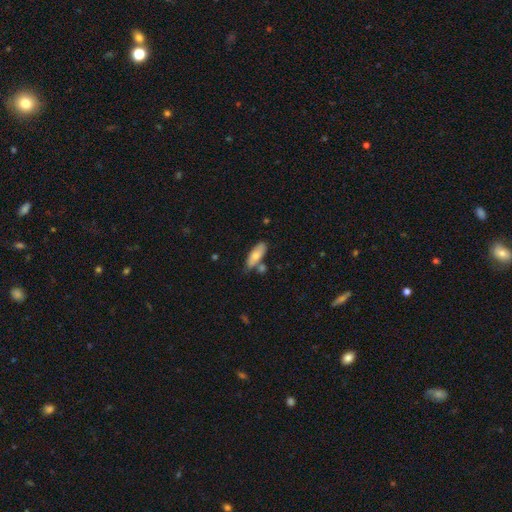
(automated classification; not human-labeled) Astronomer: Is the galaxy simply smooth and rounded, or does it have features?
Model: smooth — 71%.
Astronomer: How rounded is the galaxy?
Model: in between — 76%.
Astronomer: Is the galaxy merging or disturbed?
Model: none — 61%.